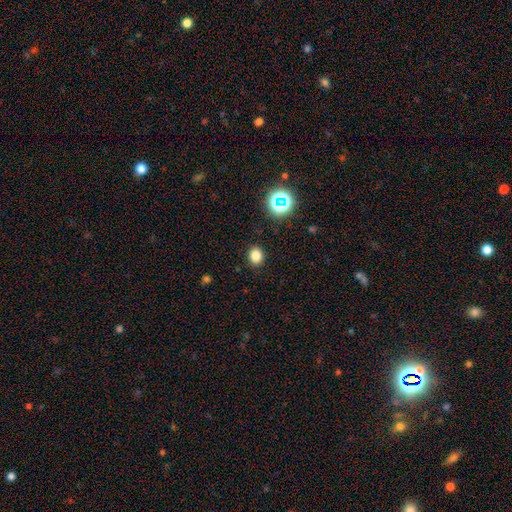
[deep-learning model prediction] Smooth or featured? smooth (79%)
How rounded? round (57%)
Merging? none (89%)